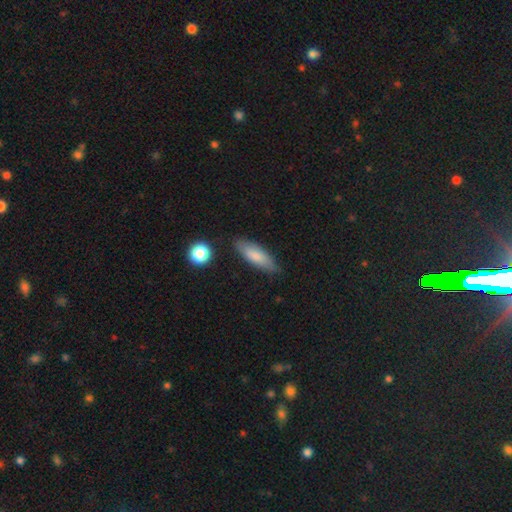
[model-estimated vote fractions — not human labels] Smooth or featured: smooth — 78% (featured or disk — 15%)
How rounded: in between — 53% (cigar-shaped — 45%)
Merging: none — 80% (minor disturbance — 15%)